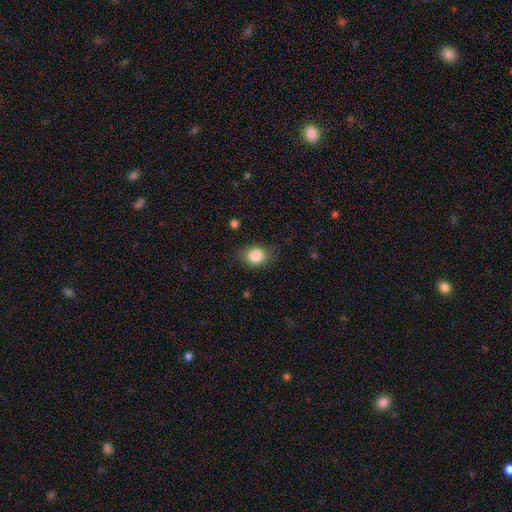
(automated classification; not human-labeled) The model was most divided on "how rounded": in between: 52%, round: 47%, cigar-shaped: 1%. More confident: smooth or featured — smooth (85%); merging — none (80%).